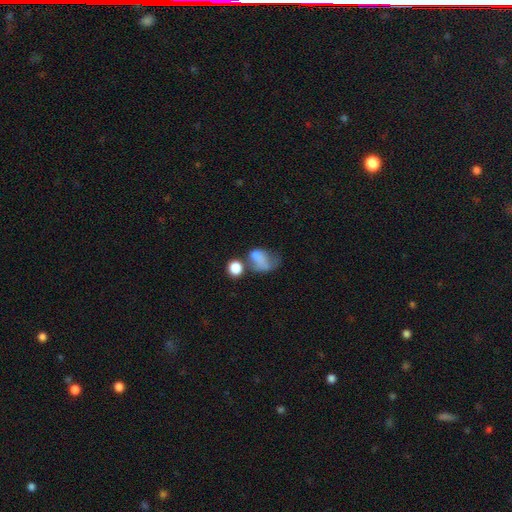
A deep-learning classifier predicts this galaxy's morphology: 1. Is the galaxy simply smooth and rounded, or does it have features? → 67% smooth, 20% featured or disk, 13% star or artifact.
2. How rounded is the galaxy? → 65% in between, 34% round, 2% cigar-shaped.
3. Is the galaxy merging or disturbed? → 34% major disturbance, 27% merger, 20% none, 19% minor disturbance.